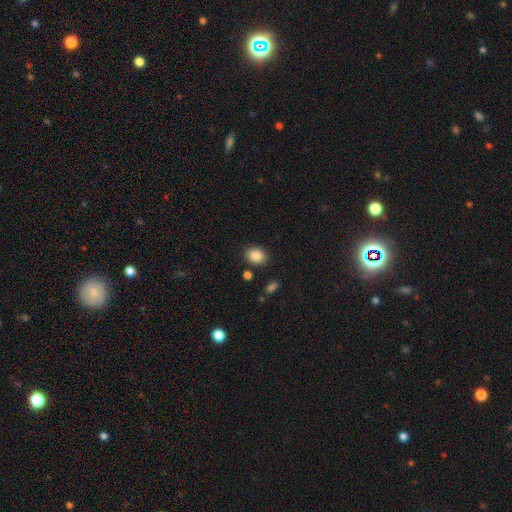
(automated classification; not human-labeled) Morphology: type=smooth (86%); roundness=in between (57%); merging=none (85%).